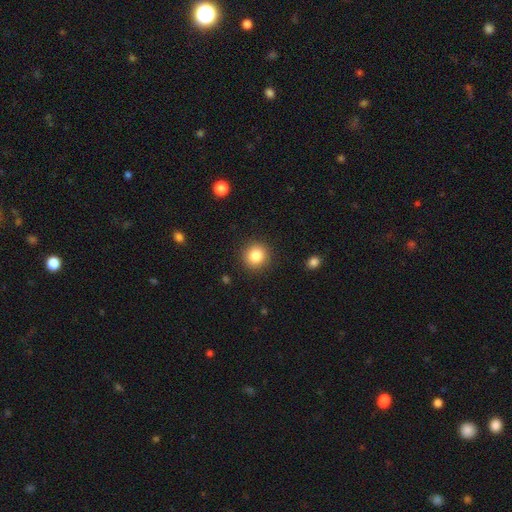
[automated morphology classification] Q: Smooth or featured?
A: smooth (84%); runner-up: star or artifact (10%)
Q: How rounded?
A: round (93%); runner-up: in between (6%)
Q: Merging?
A: none (91%); runner-up: minor disturbance (6%)